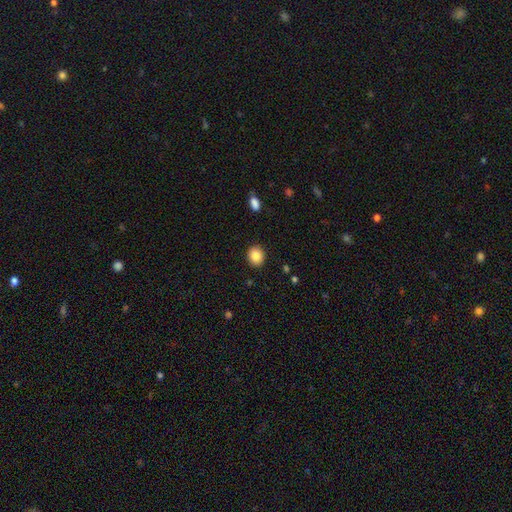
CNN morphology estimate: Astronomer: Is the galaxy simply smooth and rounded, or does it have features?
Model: smooth — 86%.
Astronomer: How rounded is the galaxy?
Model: round — 73%.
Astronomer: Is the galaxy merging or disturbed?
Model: none — 91%.